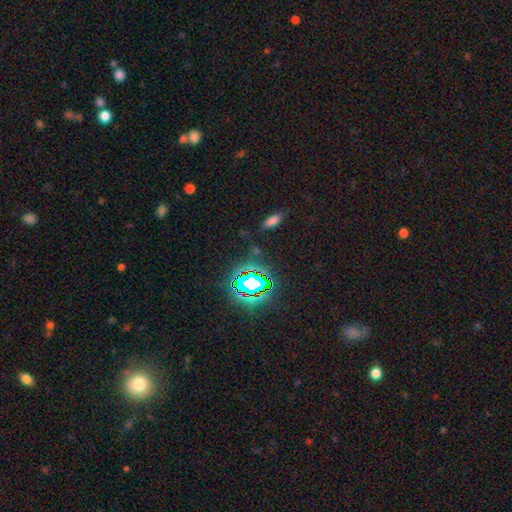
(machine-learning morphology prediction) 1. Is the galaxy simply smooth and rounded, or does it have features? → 63% star or artifact, 25% smooth, 12% featured or disk.